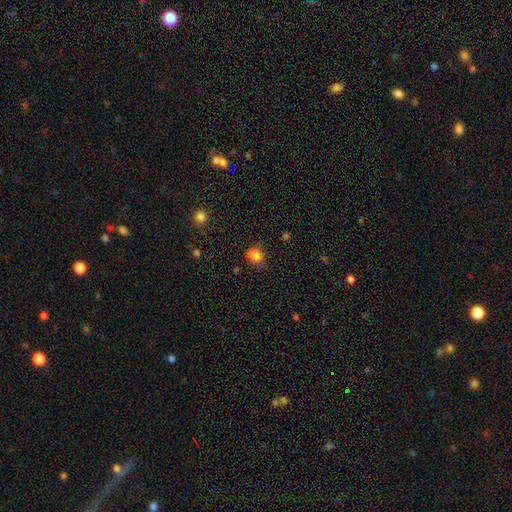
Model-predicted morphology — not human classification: Smooth or featured: smooth — 82% (star or artifact — 12%)
How rounded: round — 78% (in between — 21%)
Merging: none — 69% (minor disturbance — 23%)